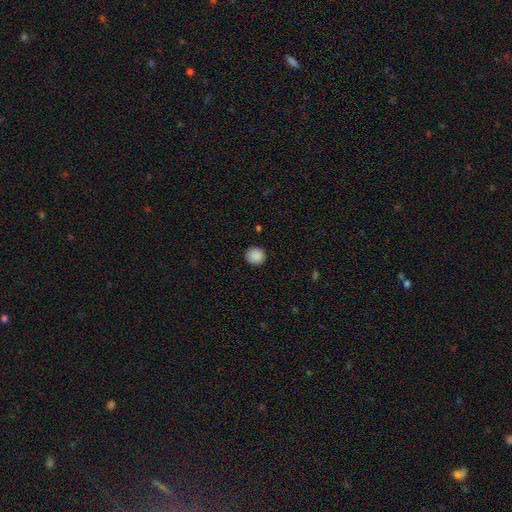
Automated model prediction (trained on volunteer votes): Q: Smooth or featured?
A: smooth (89%); runner-up: star or artifact (9%)
Q: How rounded?
A: round (89%); runner-up: in between (10%)
Q: Merging?
A: none (90%); runner-up: minor disturbance (7%)